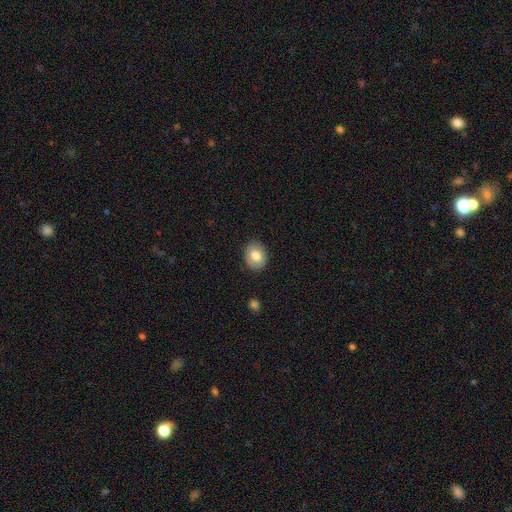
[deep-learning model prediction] A smooth galaxy with no disk features (73%) that is in between round and cigar-shaped (62%).

Vote fractions:
- Smooth or featured? smooth: 73% / featured or disk: 20% / star or artifact: 7%
- How rounded? in between: 62% / round: 37% / cigar-shaped: 1%
- Merging? none: 87% / minor disturbance: 10% / major disturbance: 2% / merger: 1%